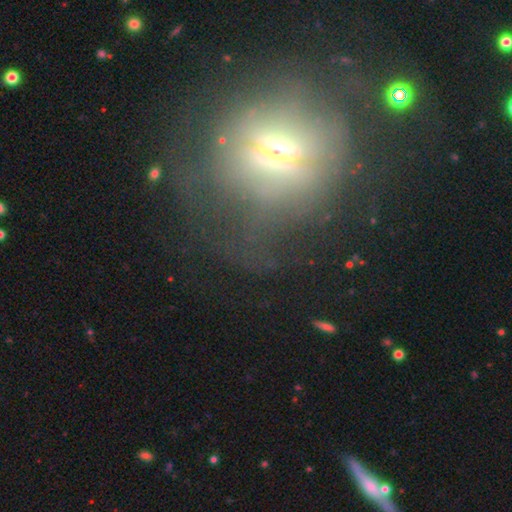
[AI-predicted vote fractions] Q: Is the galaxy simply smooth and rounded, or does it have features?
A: featured or disk — 46%.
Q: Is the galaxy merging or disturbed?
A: none — 60%.